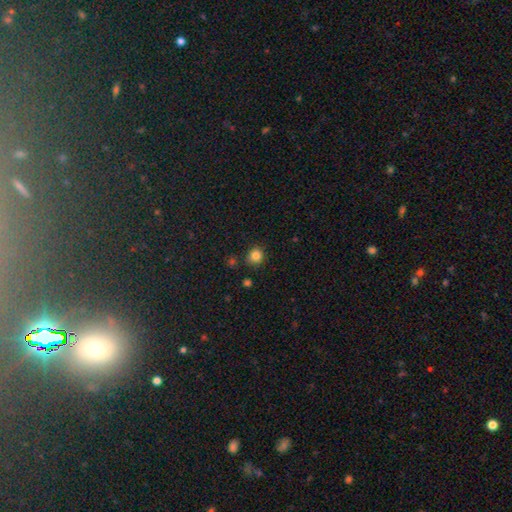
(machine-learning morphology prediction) A smooth galaxy with no disk features (83%) that is round (85%). Merging: none (84%).